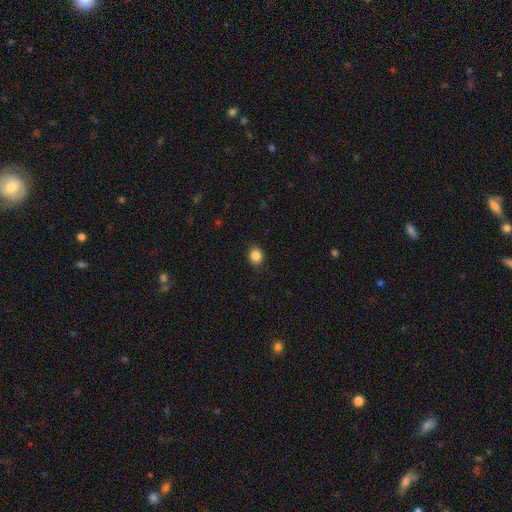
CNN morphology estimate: The model was most divided on "how rounded": round: 74%, in between: 25%, cigar-shaped: 1%. More confident: merging — none (91%); smooth or featured — smooth (86%).